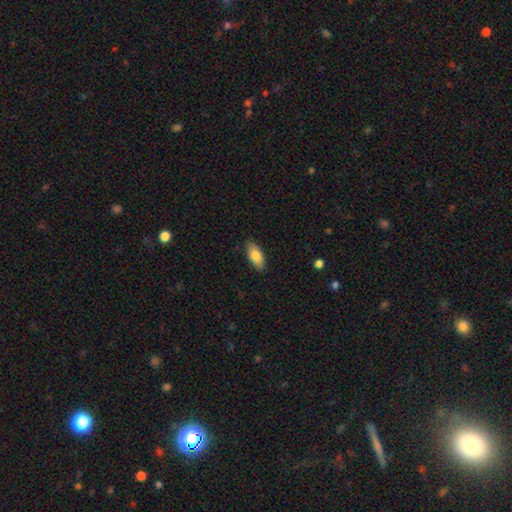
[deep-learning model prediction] This is clearly a smooth galaxy (82%). How rounded: clearly in between (88%). Merging: clearly none (86%).